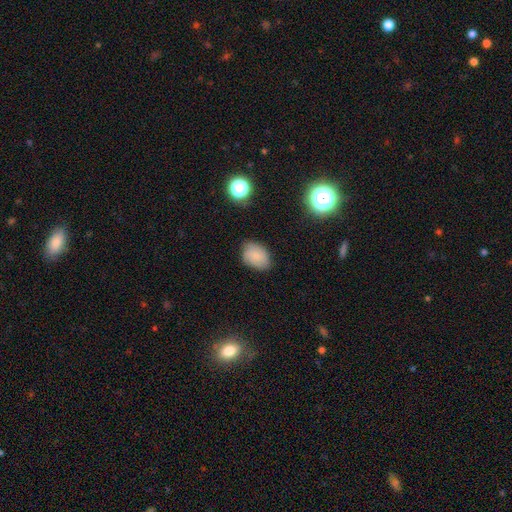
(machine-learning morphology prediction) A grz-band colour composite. It shows a smooth galaxy with no disk features (77%) that is in between round and cigar-shaped (78%). Merging: none (75%).